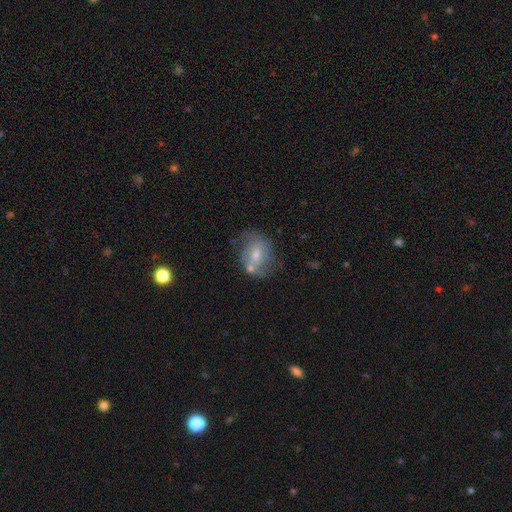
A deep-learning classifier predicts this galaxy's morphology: A featured or disk galaxy (48%). Merging: none (54%).